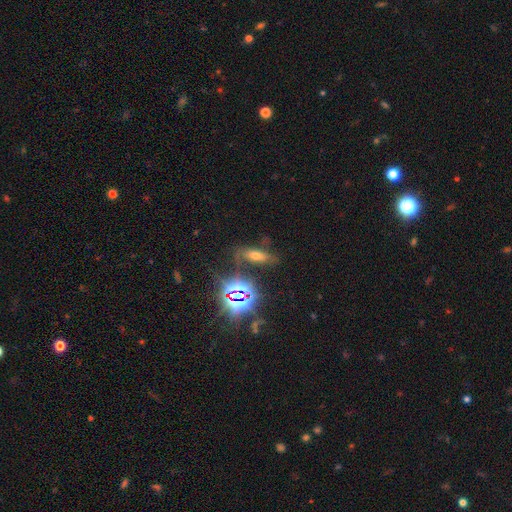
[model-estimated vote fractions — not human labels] The model was most divided on "smooth or featured" (2-way tie): smooth: 39%, star or artifact: 39%, featured or disk: 22%. More confident: merging — none (67%).